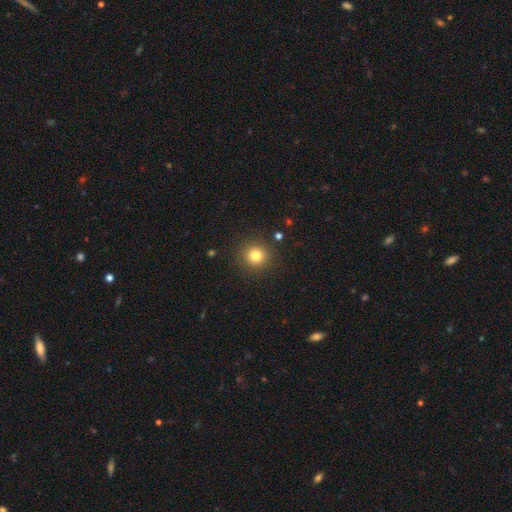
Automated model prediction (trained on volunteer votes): Smooth or featured: smooth — 80% (star or artifact — 13%)
How rounded: round — 93% (in between — 6%)
Merging: none — 90% (minor disturbance — 6%)